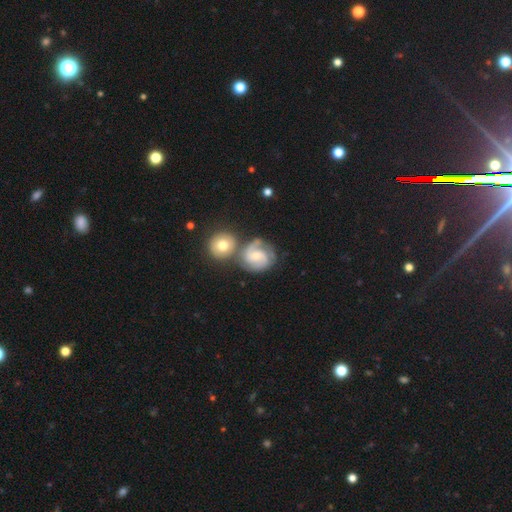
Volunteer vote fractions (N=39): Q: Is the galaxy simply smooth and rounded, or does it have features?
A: featured or disk — 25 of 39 (64%).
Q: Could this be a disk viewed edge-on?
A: no — 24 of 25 (96%).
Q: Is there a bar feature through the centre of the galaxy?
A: no — 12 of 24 (50%).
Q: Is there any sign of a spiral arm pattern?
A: yes — 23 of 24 (96%).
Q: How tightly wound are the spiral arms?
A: tight — 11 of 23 (48%).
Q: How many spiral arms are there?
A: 2 — 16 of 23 (70%).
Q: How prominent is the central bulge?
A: moderate — 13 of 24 (54%).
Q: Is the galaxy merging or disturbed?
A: none — 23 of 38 (61%).